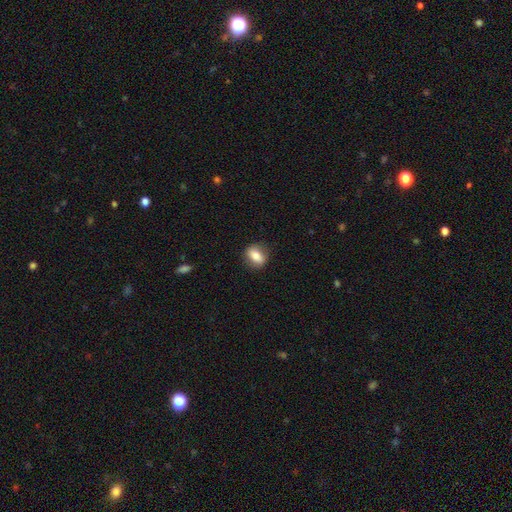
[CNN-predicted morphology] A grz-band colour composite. It shows a smooth galaxy with no disk features (76%) that is in between round and cigar-shaped (65%). Merging: none (85%).